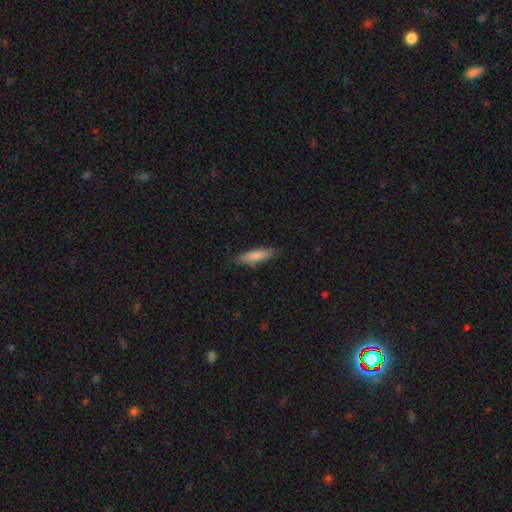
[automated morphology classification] The model was most divided on "how rounded": cigar-shaped: 63%, in between: 35%, round: 2%. More confident: smooth or featured — smooth (82%); merging — none (80%).